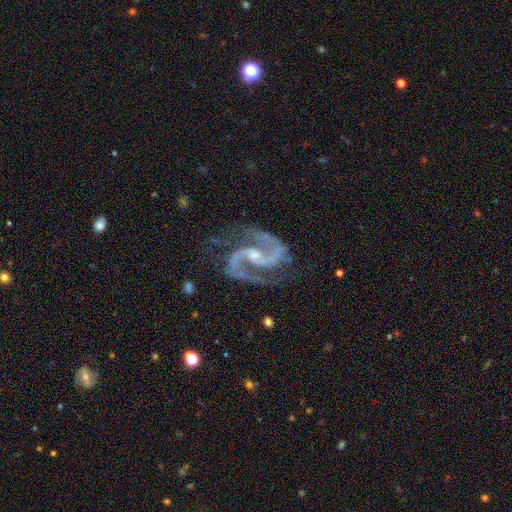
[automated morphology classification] smooth-or-featured: featured or disk: 94% | star or artifact: 4% | smooth: 2%
  disk-edge-on: no: 98% | yes: 2%
    bar: weak: 41% | no: 38% | strong: 21%
    has-spiral-arms: yes: 99% | no: 1%
      spiral-winding: medium: 67% | loose: 18% | tight: 15%
      spiral-arm-count: 2: 94% | 3: 2% | can't tell: 1% | 1: 1% | 4: 1% | more than 4: 1%
    bulge-size: small: 52% | moderate: 40% | none: 5% | large: 2% | dominant: 1%
  merging: none: 73% | minor disturbance: 18% | major disturbance: 8% | merger: 2%